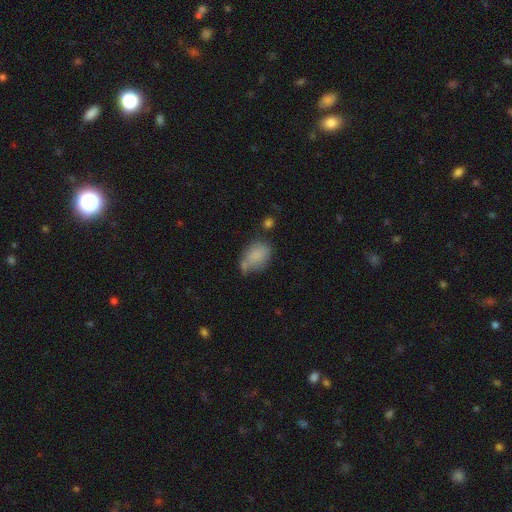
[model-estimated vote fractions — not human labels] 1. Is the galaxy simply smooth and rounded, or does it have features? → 78% smooth, 12% featured or disk, 10% star or artifact.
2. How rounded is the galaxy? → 82% in between, 16% round, 2% cigar-shaped.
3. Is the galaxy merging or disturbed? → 41% none, 28% minor disturbance, 18% merger, 12% major disturbance.